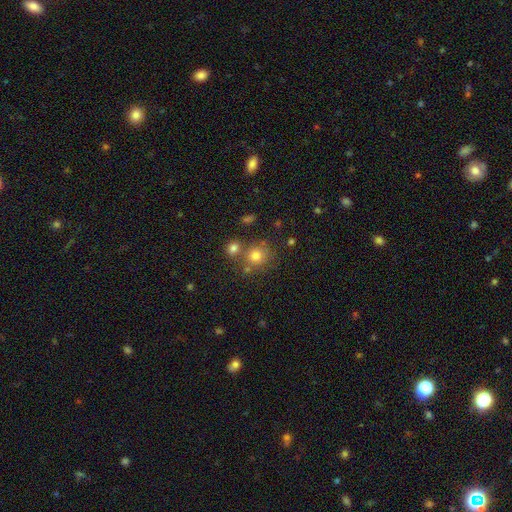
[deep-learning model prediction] Smooth or featured?
  - smooth: 77% *
  - star or artifact: 14%
  - featured or disk: 10%
How rounded?
  - round: 85% *
  - in between: 14%
  - cigar-shaped: 1%
Merging?
  - none: 65% *
  - merger: 20%
  - minor disturbance: 11%
  - major disturbance: 4%